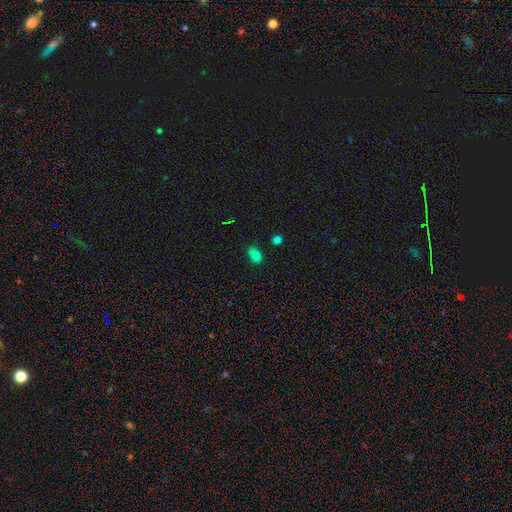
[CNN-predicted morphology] A smooth galaxy with no disk features (76%) that is in between round and cigar-shaped (63%).

Vote fractions:
- Smooth or featured? smooth: 76% / star or artifact: 17% / featured or disk: 8%
- How rounded? in between: 63% / round: 35% / cigar-shaped: 2%
- Merging? none: 54% / minor disturbance: 29% / merger: 9% / major disturbance: 8%